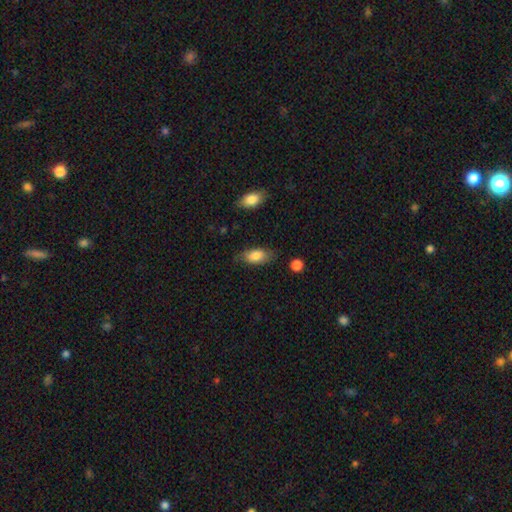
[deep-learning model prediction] Smooth or featured?
  - smooth: 81% *
  - featured or disk: 12%
  - star or artifact: 7%
How rounded?
  - in between: 90% *
  - cigar-shaped: 6%
  - round: 4%
Merging?
  - none: 71% *
  - minor disturbance: 22%
  - major disturbance: 5%
  - merger: 2%